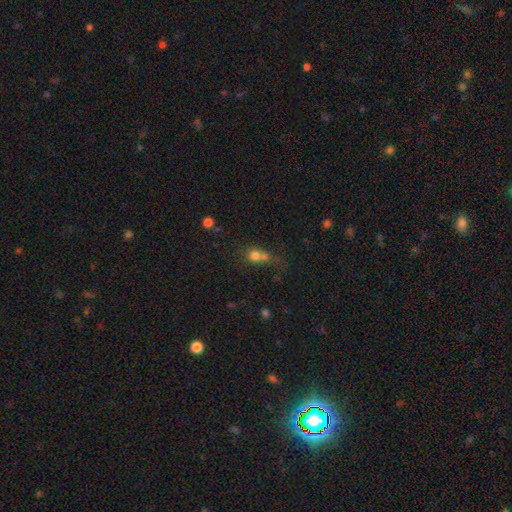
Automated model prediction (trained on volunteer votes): The model was most divided on "merging": merger: 54%, none: 31%, minor disturbance: 9%, major disturbance: 6%. More confident: how rounded — round (78%); smooth or featured — smooth (72%).